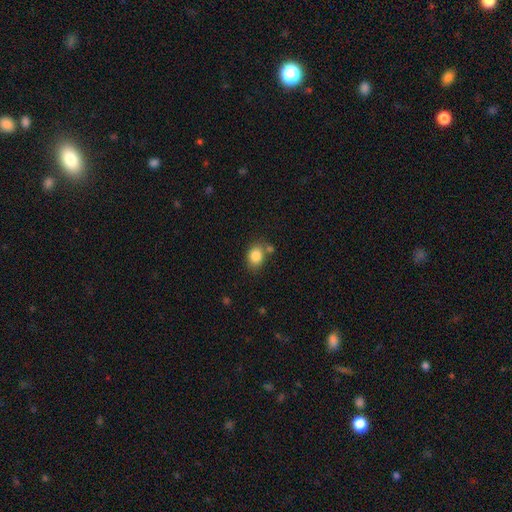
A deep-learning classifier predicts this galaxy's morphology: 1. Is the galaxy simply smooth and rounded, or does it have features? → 85% smooth, 9% star or artifact, 6% featured or disk.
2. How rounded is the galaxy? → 50% in between, 49% round, 1% cigar-shaped.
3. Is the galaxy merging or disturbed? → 63% none, 16% minor disturbance, 16% merger, 5% major disturbance.